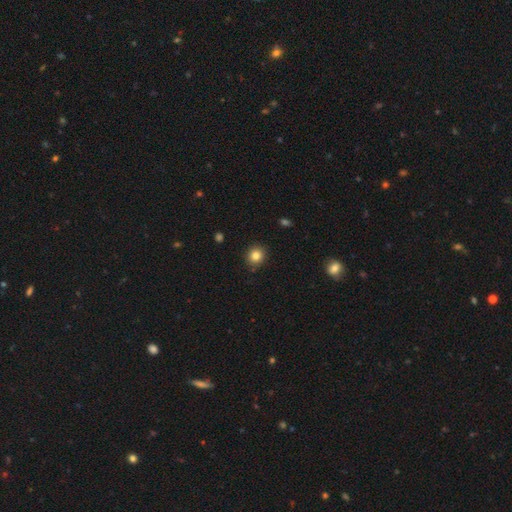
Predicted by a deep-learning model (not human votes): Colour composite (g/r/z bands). It shows a smooth galaxy with no disk features (83%) that is round (88%). Merging: none (90%).